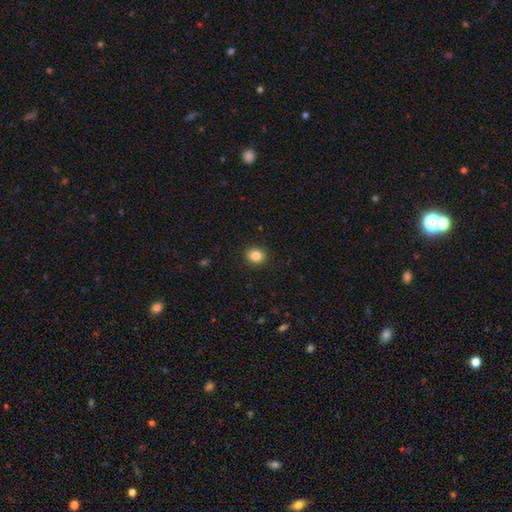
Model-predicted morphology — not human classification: The model was most divided on "how rounded": round: 69%, in between: 31%, cigar-shaped: 1%. More confident: merging — none (91%); smooth or featured — smooth (85%).